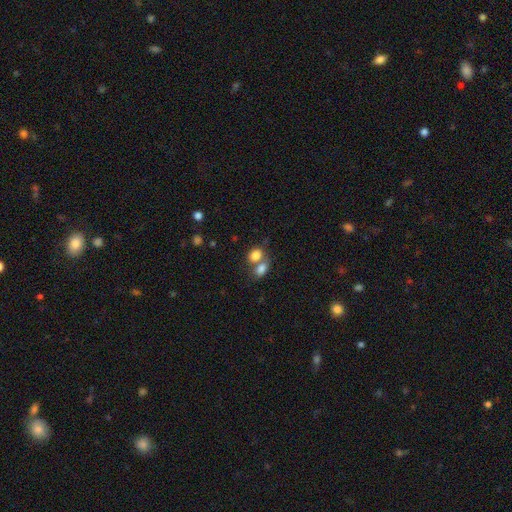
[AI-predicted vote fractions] Q: Smooth or featured?
A: smooth (81%); runner-up: star or artifact (10%)
Q: How rounded?
A: in between (65%); runner-up: round (34%)
Q: Merging?
A: merger (57%); runner-up: none (31%)